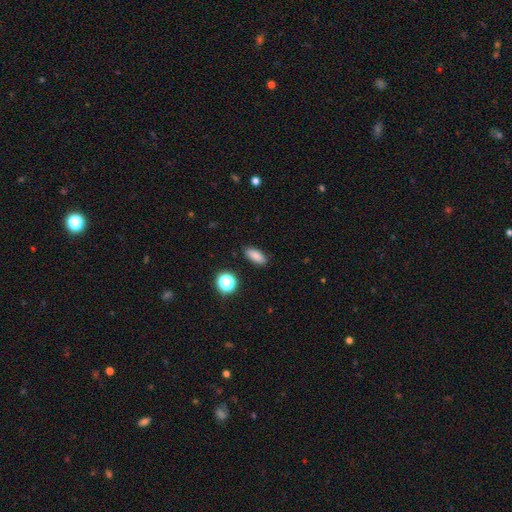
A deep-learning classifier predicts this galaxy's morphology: smooth 84%, star or artifact 11%, featured or disk 6%. Down the decision tree: how rounded — in between (76%); merging — none (87%).